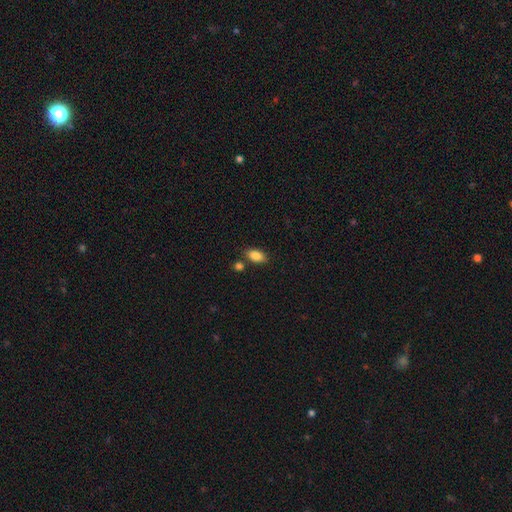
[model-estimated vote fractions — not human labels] This is clearly a smooth galaxy (85%). How rounded: clearly in between (90%). Merging: likely none (79%).